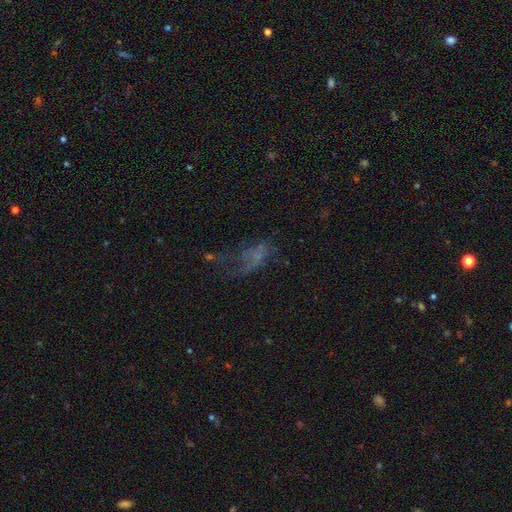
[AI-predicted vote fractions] This is marginally a featured or disk galaxy (42%). Merging: possibly major disturbance (47%).